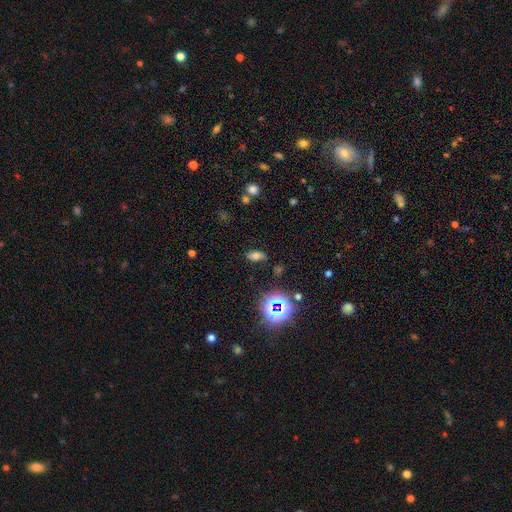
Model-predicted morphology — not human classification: Smooth or featured? Predicted: smooth (p=0.58). How rounded? Predicted: in between (p=0.85). Merging? Predicted: none (p=0.78).